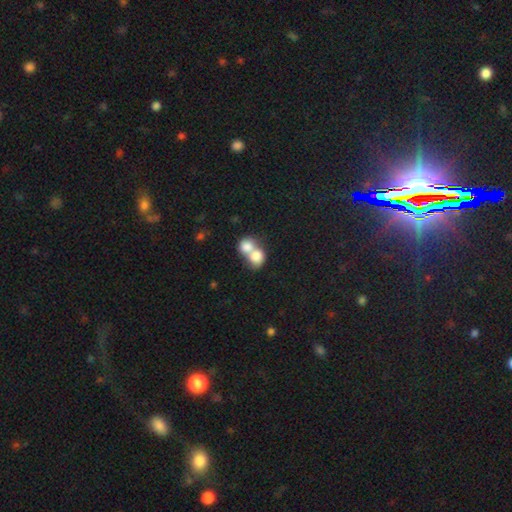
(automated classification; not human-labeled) smooth_or_featured: smooth (p=0.78) [alt: featured or disk p=0.14]
how_rounded: round (p=0.57) [alt: in between p=0.42]
merging: merger (p=0.77) [alt: none p=0.16]